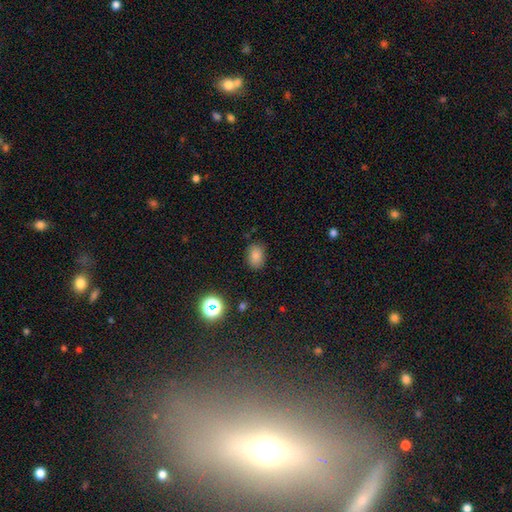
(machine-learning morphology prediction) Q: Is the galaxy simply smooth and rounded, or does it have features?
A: smooth — 81%.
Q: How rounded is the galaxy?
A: in between — 74%.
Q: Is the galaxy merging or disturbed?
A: none — 83%.